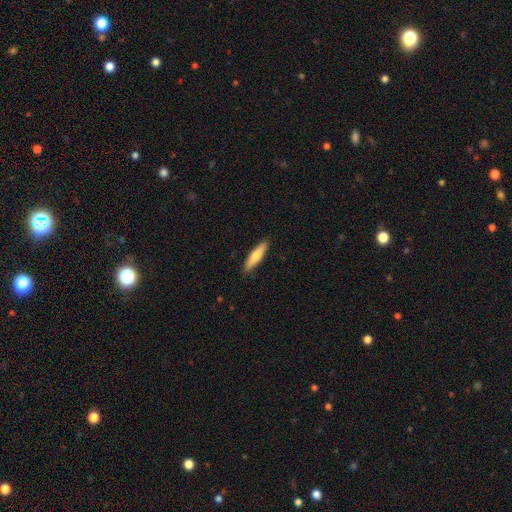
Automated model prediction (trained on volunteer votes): Smooth or featured: smooth — 71% (featured or disk — 23%)
How rounded: cigar-shaped — 73% (in between — 26%)
Merging: none — 89% (minor disturbance — 8%)